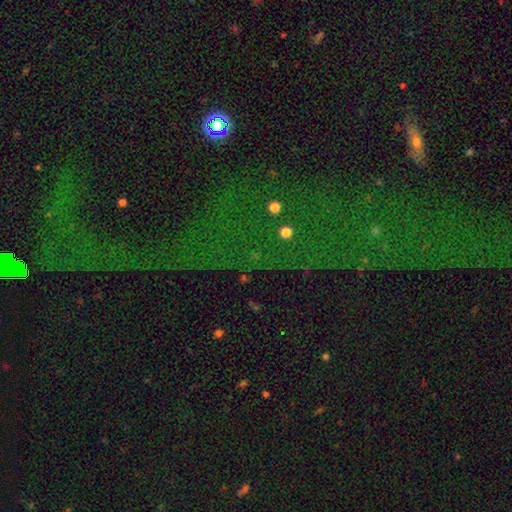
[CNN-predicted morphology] Overall: star or artifact (75%).